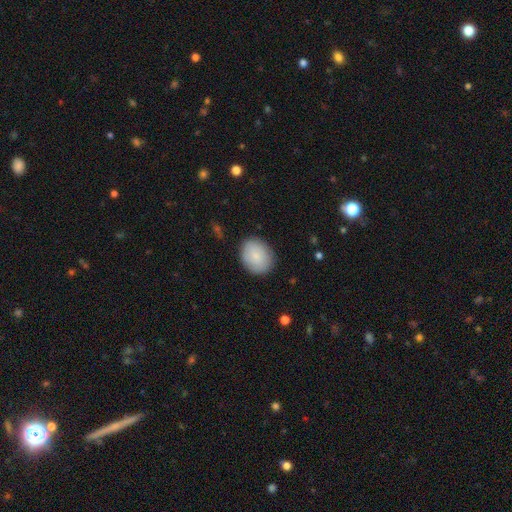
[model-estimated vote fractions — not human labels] smooth 85%, featured or disk 9%, star or artifact 6%. Down the decision tree: how rounded — in between (53%); merging — none (86%).